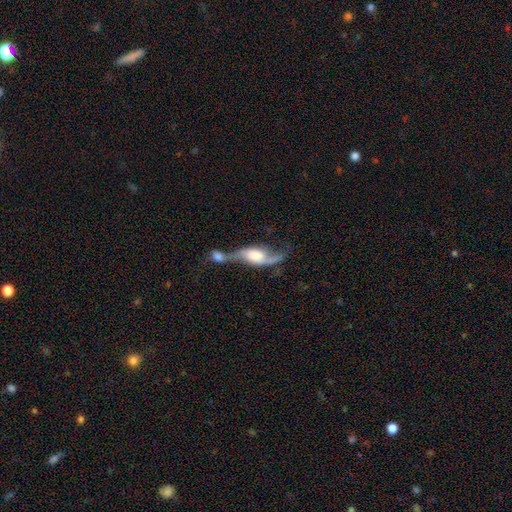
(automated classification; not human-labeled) Q: Smooth or featured?
A: featured or disk (71%); runner-up: smooth (22%)
Q: Edge-on disk?
A: no (78%); runner-up: yes (22%)
Q: Bar?
A: no (58%); runner-up: weak (30%)
Q: Spiral arms?
A: yes (85%); runner-up: no (15%)
Q: Bulge size?
A: large (41%); runner-up: moderate (22%)
Q: Merging?
A: merger (65%); runner-up: none (15%)